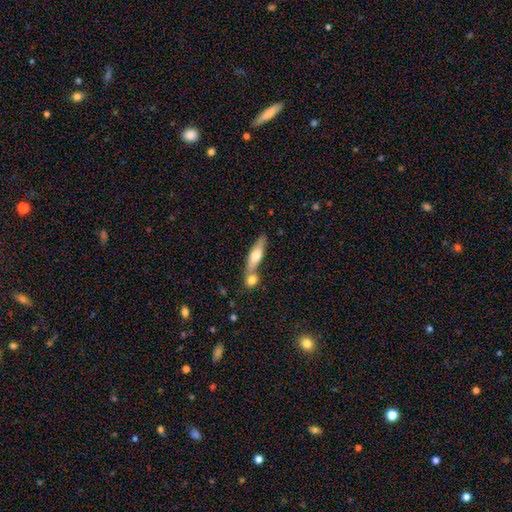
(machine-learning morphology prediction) Q: Smooth or featured?
A: smooth (57%); runner-up: featured or disk (37%)
Q: How rounded?
A: cigar-shaped (68%); runner-up: in between (29%)
Q: Merging?
A: none (50%); runner-up: merger (35%)